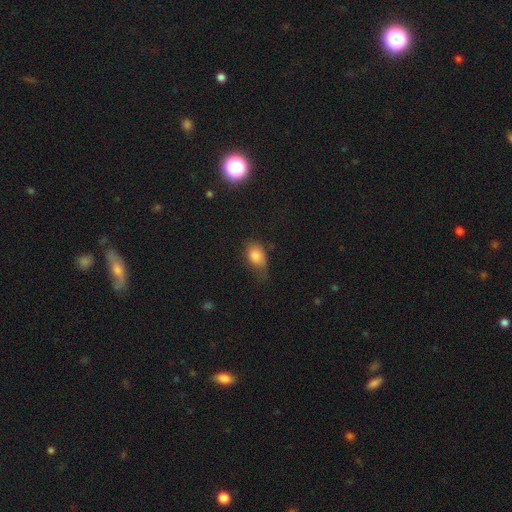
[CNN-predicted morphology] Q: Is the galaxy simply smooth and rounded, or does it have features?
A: smooth — 82%.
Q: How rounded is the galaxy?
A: in between — 82%.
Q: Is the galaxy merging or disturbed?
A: none — 43%.